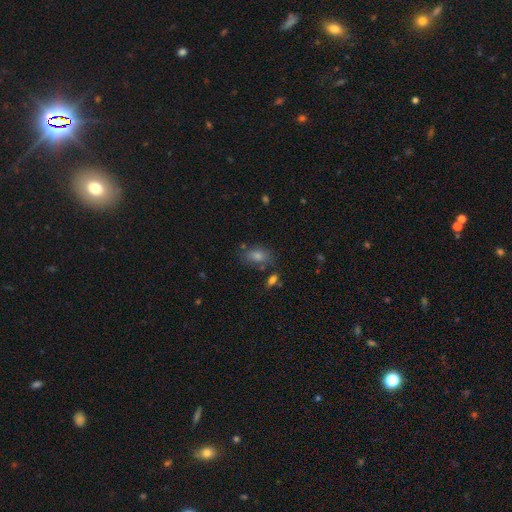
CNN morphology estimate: Smooth or featured? smooth (66%)
How rounded? in between (81%)
Merging? none (72%)